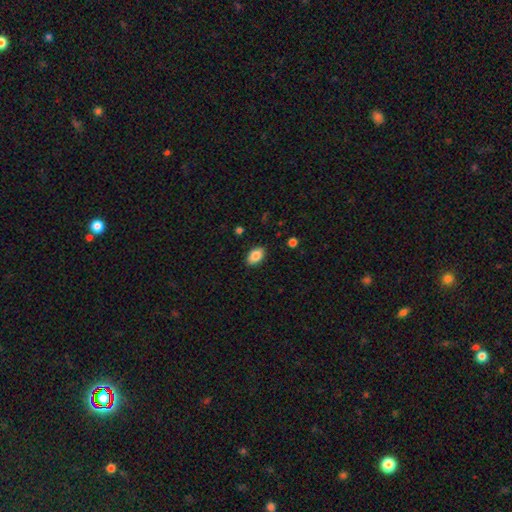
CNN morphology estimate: type=smooth (86%); roundness=in between (91%); merging=none (88%).